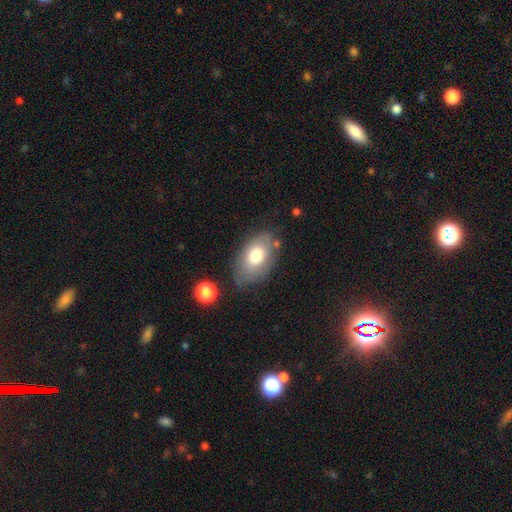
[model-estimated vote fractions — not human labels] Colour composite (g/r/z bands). It shows a smooth galaxy with no disk features (73%) that is in between round and cigar-shaped (90%). Merging: none (67%).